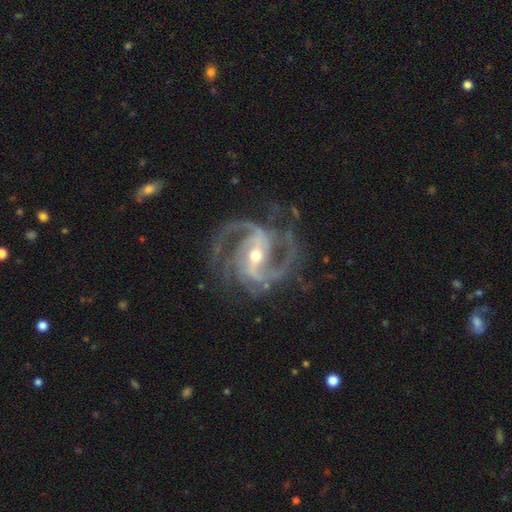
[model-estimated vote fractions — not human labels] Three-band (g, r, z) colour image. It shows a featured or disk galaxy (93%) with a strong bar (52%), 2 (52%) medium (61%) spiral arms (99%) and a moderate central bulge (50%). Merging: none (71%).